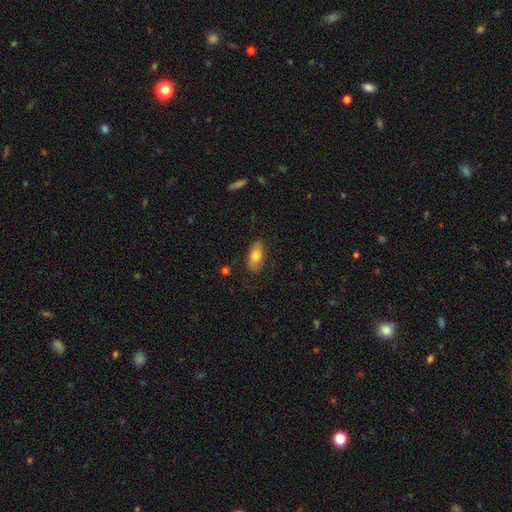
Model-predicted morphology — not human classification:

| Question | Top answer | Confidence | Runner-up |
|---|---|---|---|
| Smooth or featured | smooth | 78% | featured or disk (15%) |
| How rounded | in between | 88% | cigar-shaped (8%) |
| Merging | none | 82% | minor disturbance (14%) |